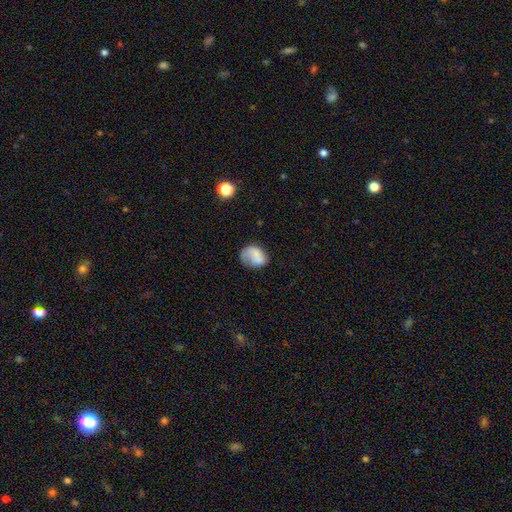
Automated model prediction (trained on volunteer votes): A smooth galaxy with no disk features (68%) that is in between round and cigar-shaped (53%). Merging: none (51%).